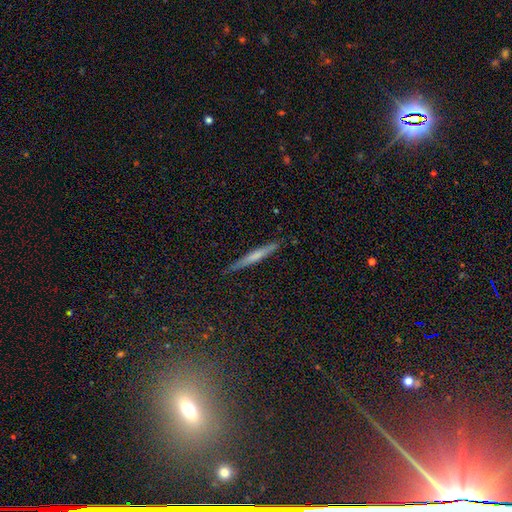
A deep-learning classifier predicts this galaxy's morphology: smooth 50%, featured or disk 40%, star or artifact 10%. Down the decision tree: merging — none (88%).